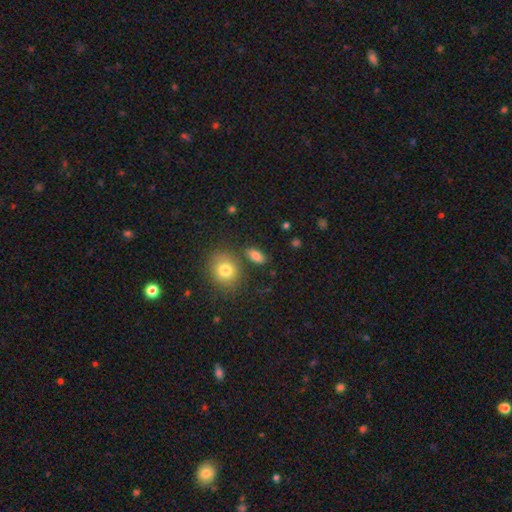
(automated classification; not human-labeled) Smooth or featured? Predicted: smooth (p=0.83). How rounded? Predicted: in between (p=0.84). Merging? Predicted: none (p=0.77).